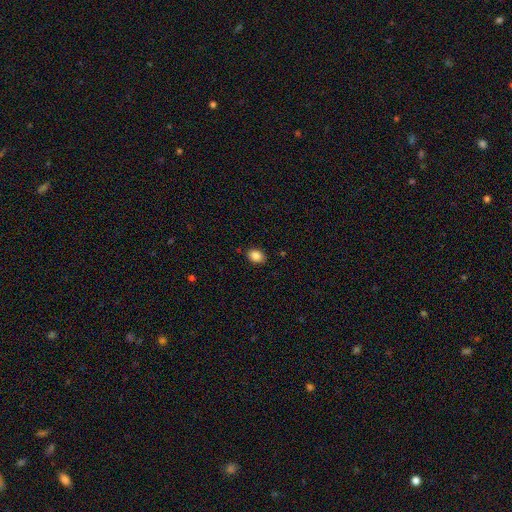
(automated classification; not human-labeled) Smooth or featured? smooth (86%)
How rounded? in between (66%)
Merging? none (87%)